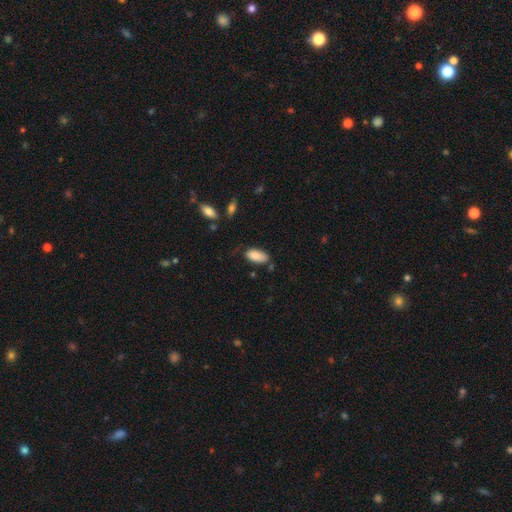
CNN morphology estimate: This is clearly a smooth galaxy (87%). How rounded: clearly in between (91%). Merging: likely none (63%).